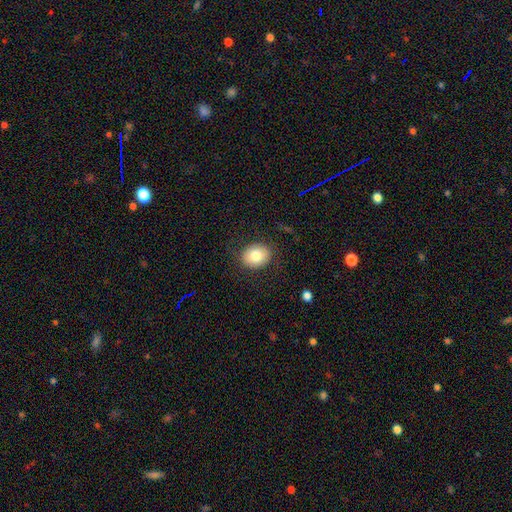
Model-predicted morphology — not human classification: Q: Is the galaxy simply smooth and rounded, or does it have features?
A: smooth — 81%.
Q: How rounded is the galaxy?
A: round — 56%.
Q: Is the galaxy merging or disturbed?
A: none — 84%.